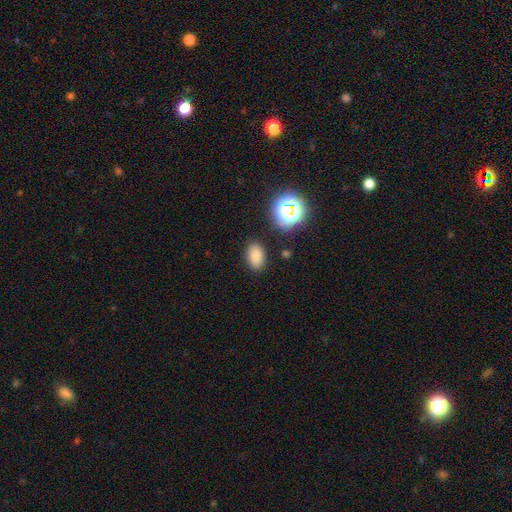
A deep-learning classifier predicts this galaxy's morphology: This is clearly a smooth galaxy (80%). How rounded: clearly in between (87%). Merging: clearly none (85%).